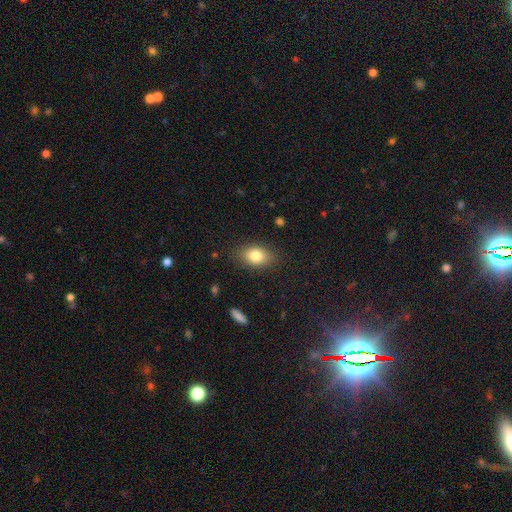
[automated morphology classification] The model was most divided on "how rounded": in between: 79%, round: 20%, cigar-shaped: 2%. More confident: merging — none (84%); smooth or featured — smooth (81%).